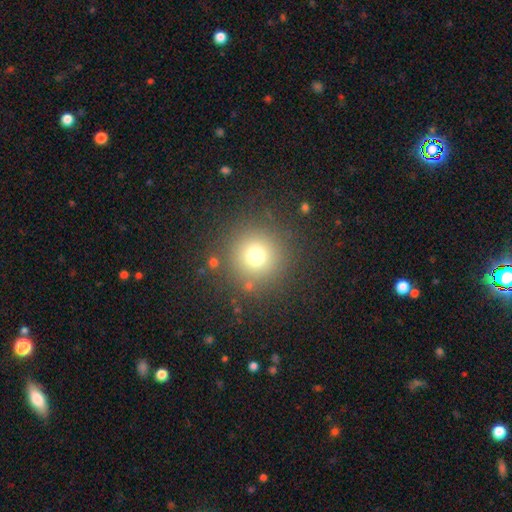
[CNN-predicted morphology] A smooth galaxy with no disk features (72%) that is round (95%).

Vote fractions:
- Smooth or featured? smooth: 72% / star or artifact: 18% / featured or disk: 10%
- How rounded? round: 95% / in between: 4% / cigar-shaped: 1%
- Merging? none: 85% / minor disturbance: 7% / major disturbance: 4% / merger: 3%